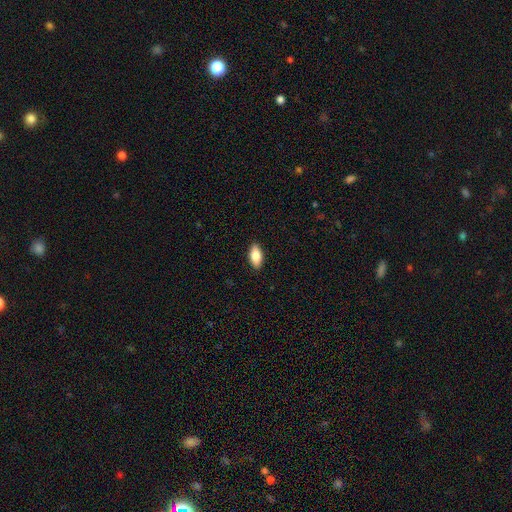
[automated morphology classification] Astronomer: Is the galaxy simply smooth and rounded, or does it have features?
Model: smooth — 83%.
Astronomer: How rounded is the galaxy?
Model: in between — 89%.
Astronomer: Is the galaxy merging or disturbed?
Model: none — 90%.